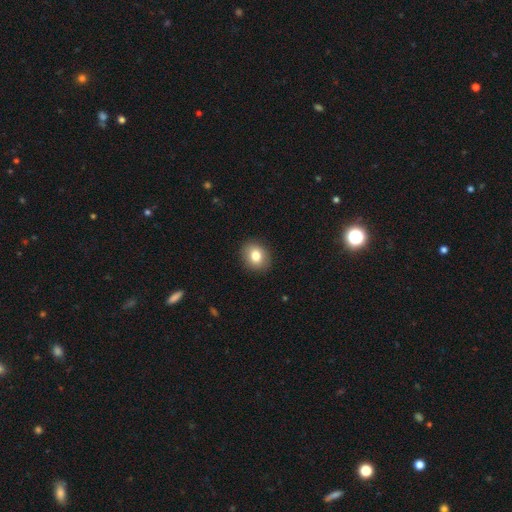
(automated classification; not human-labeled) This appears to be a smooth galaxy with no disk features (80%) that is round (61%). Merging: none (90%).